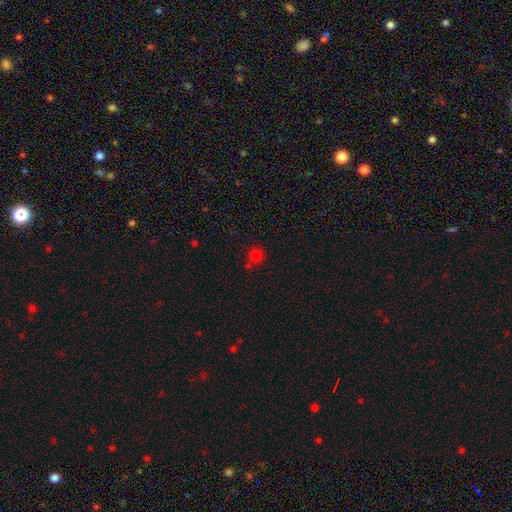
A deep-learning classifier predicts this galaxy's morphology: Smooth or featured? smooth (74%)
How rounded? round (89%)
Merging? none (68%)